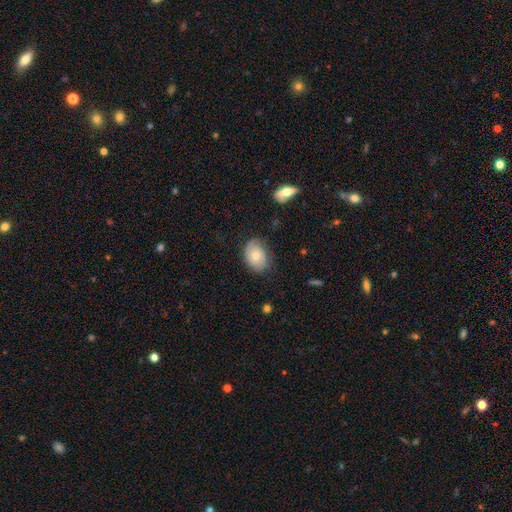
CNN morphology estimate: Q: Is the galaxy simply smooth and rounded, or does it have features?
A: smooth — 51%.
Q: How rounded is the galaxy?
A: in between — 75%.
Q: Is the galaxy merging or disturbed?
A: none — 68%.